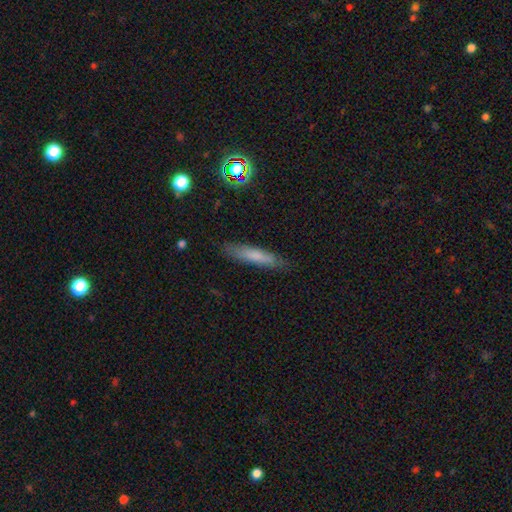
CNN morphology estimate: Q: Smooth or featured?
A: smooth (70%); runner-up: featured or disk (21%)
Q: How rounded?
A: cigar-shaped (87%); runner-up: in between (12%)
Q: Merging?
A: none (84%); runner-up: minor disturbance (12%)